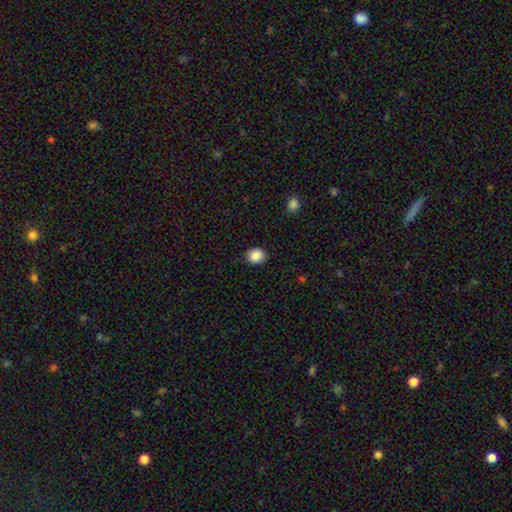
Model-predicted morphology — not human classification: smooth 88%, star or artifact 9%, featured or disk 4%. Down the decision tree: how rounded — round (58%); merging — none (87%).